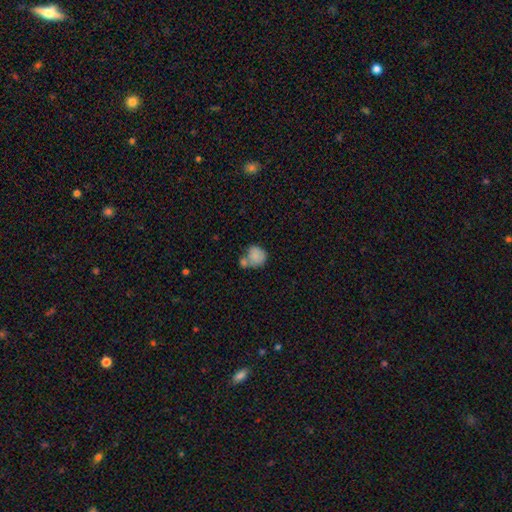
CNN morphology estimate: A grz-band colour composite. It shows a smooth galaxy with no disk features (80%) that is round (76%). Merging: merger (41%).